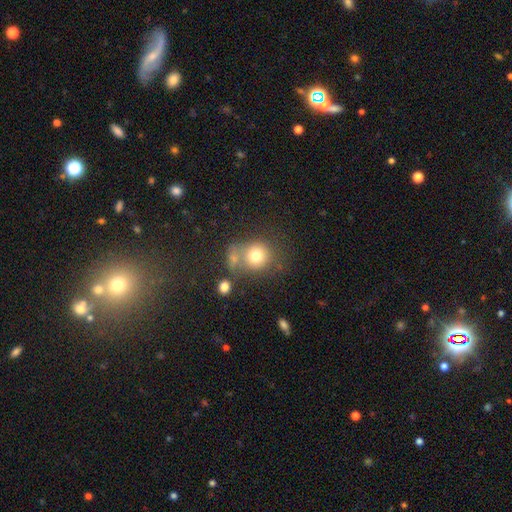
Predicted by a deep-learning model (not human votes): smooth_or_featured: smooth (p=0.75) [alt: featured or disk p=0.13]
how_rounded: round (p=0.80) [alt: in between p=0.19]
merging: none (p=0.50) [alt: merger p=0.26]